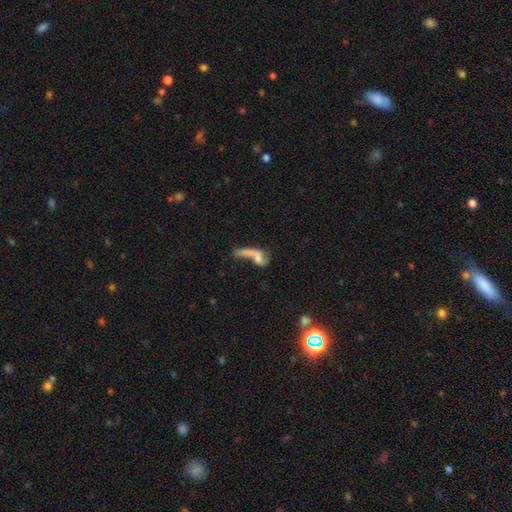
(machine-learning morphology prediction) Smooth or featured: smooth — 46% (featured or disk — 42%)
Merging: merger — 35% (major disturbance — 32%)